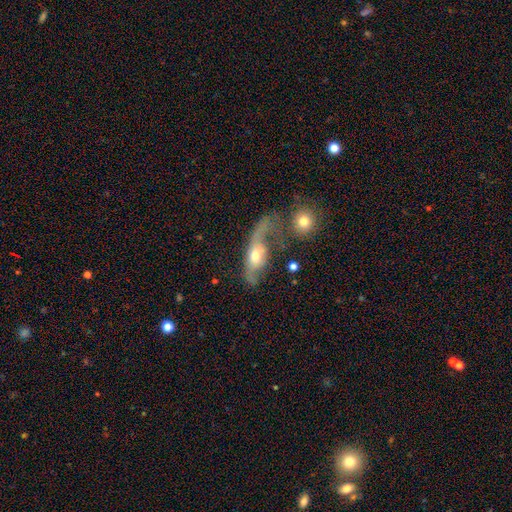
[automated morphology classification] type=featured or disk (57%); edge-on=no (77%); merging=major disturbance (41%).